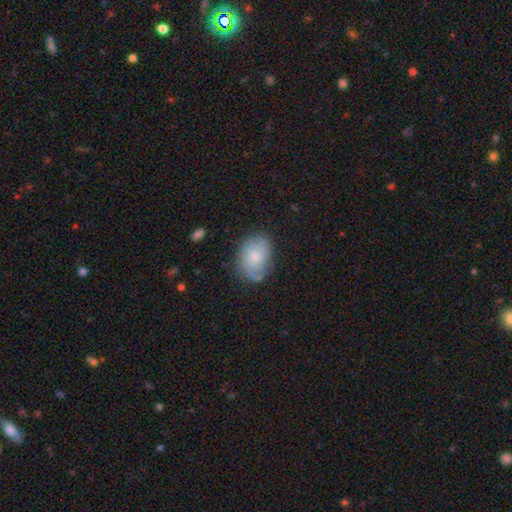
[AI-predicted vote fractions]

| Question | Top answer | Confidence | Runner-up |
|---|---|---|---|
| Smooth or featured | smooth | 55% | featured or disk (37%) |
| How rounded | in between | 73% | round (26%) |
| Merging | none | 63% | minor disturbance (26%) |